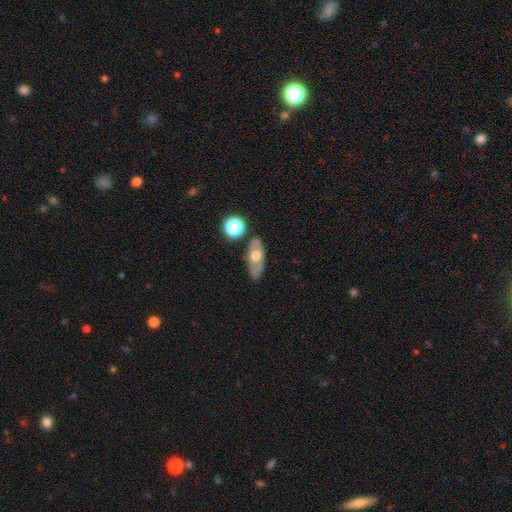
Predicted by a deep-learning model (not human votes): smooth 48%, featured or disk 44%, star or artifact 8%. Down the decision tree: merging — none (76%).